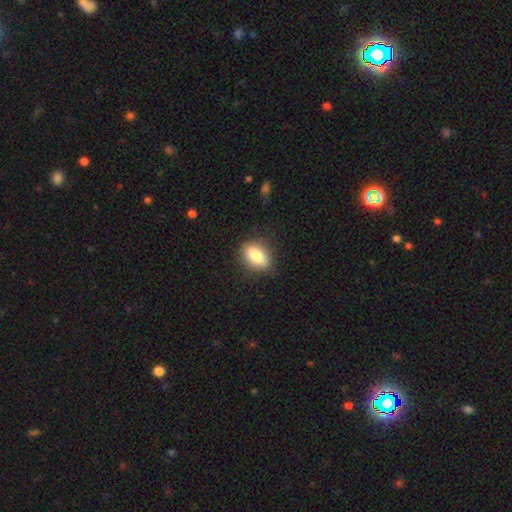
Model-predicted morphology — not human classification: Smooth or featured?
  - smooth: 82% *
  - featured or disk: 10%
  - star or artifact: 8%
How rounded?
  - in between: 80% *
  - round: 18%
  - cigar-shaped: 3%
Merging?
  - none: 82% *
  - minor disturbance: 13%
  - major disturbance: 3%
  - merger: 1%